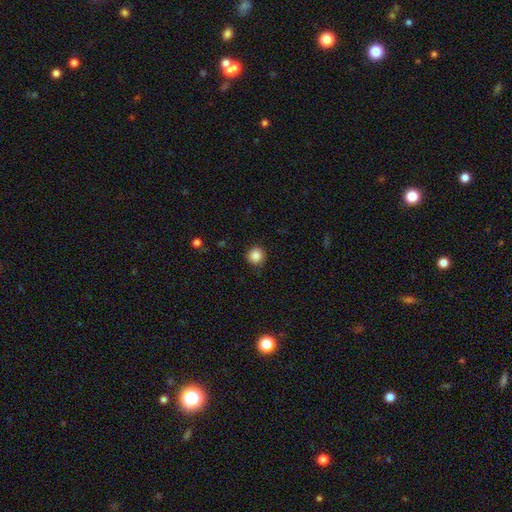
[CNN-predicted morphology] smooth_or_featured: smooth (p=0.86) [alt: star or artifact p=0.10]
how_rounded: round (p=0.93) [alt: in between p=0.06]
merging: none (p=0.84) [alt: minor disturbance p=0.12]